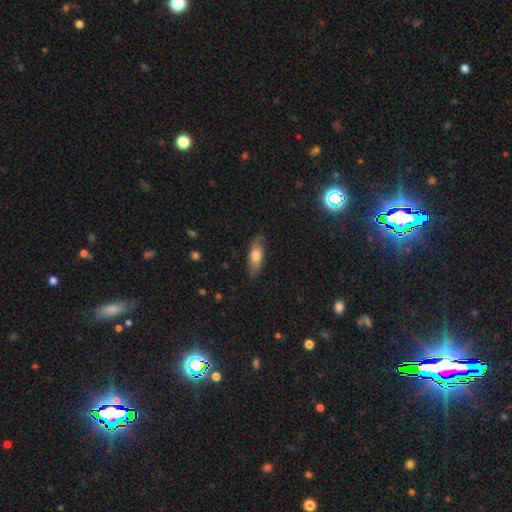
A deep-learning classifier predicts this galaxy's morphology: A smooth galaxy with no disk features (69%) that is in between round and cigar-shaped (66%). Merging: none (82%).